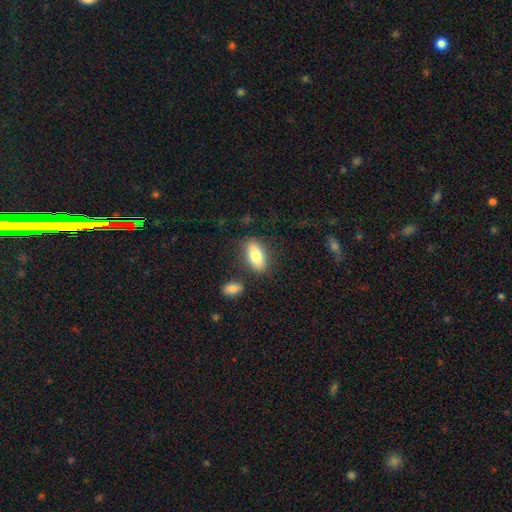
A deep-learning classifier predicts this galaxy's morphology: A smooth galaxy with no disk features (76%) that is in between round and cigar-shaped (85%). Merging: none (80%).